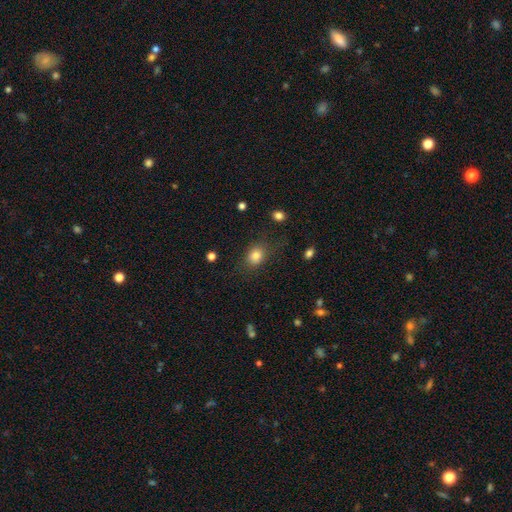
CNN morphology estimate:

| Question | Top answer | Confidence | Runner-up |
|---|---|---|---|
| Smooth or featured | smooth | 81% | star or artifact (12%) |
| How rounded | round | 52% | in between (47%) |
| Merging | none | 76% | minor disturbance (15%) |